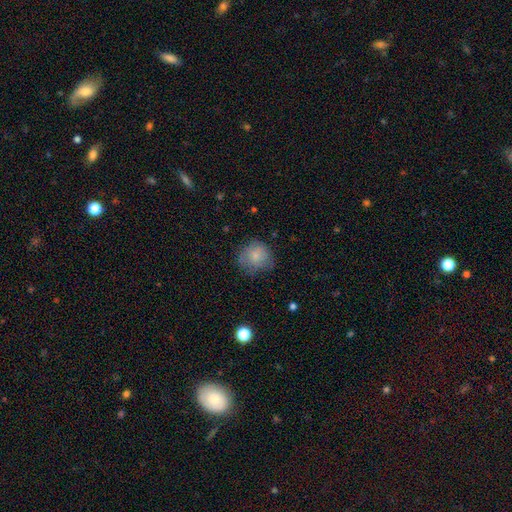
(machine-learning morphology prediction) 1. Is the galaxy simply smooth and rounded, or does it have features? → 78% smooth, 14% featured or disk, 8% star or artifact.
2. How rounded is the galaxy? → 85% round, 14% in between, 1% cigar-shaped.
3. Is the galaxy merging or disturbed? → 63% none, 26% minor disturbance, 10% major disturbance, 2% merger.